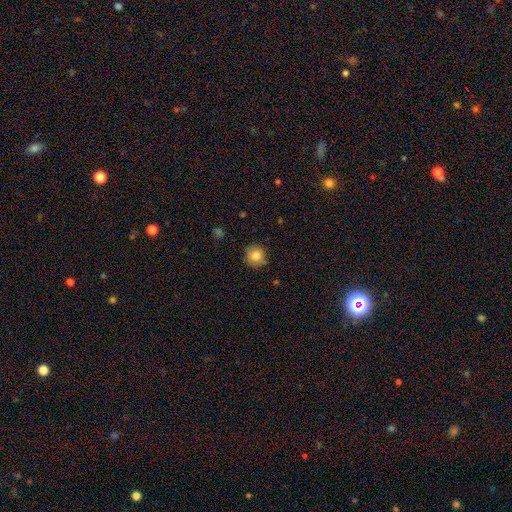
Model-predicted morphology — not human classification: Smooth or featured: smooth — 83% (star or artifact — 10%)
How rounded: round — 92% (in between — 7%)
Merging: none — 82% (minor disturbance — 14%)